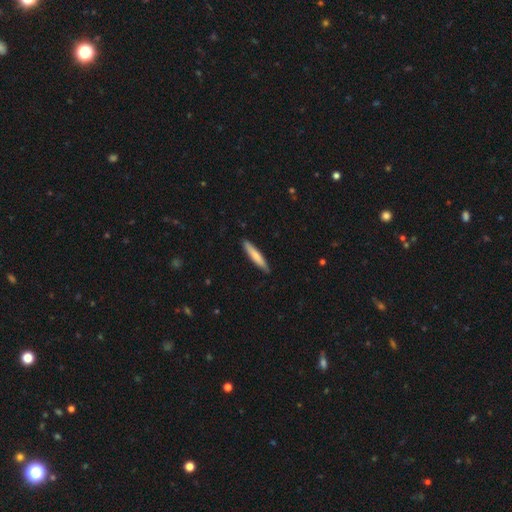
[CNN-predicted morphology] smooth_or_featured: smooth (p=0.73) [alt: featured or disk p=0.22]
how_rounded: cigar-shaped (p=0.91) [alt: in between p=0.08]
merging: none (p=0.88) [alt: minor disturbance p=0.09]